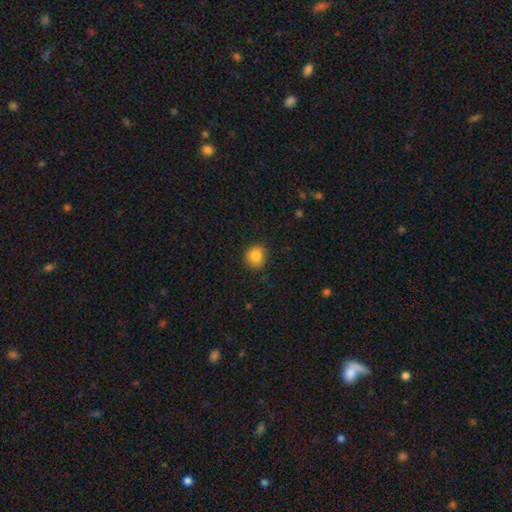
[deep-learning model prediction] Morphology: type=smooth (84%); roundness=round (84%); merging=none (85%).